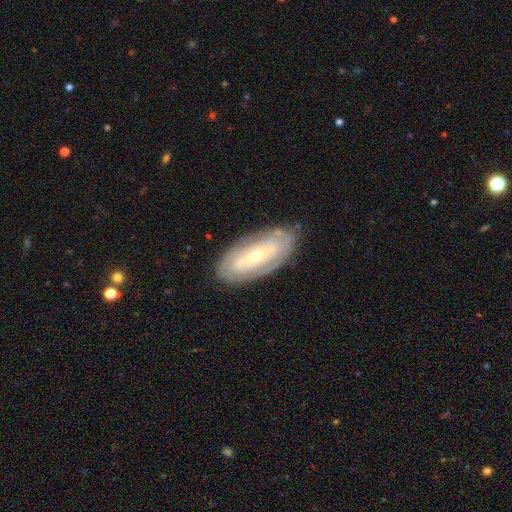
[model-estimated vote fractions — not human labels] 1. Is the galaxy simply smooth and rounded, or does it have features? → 68% featured or disk, 26% smooth, 6% star or artifact.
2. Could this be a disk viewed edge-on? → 88% no, 12% yes.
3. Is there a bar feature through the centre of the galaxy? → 58% no, 26% weak, 16% strong.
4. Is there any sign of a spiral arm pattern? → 60% yes, 40% no.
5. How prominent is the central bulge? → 54% small, 41% moderate, 2% large, 1% none, 1% dominant.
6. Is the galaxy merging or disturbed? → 80% none, 15% minor disturbance, 4% major disturbance, 1% merger.